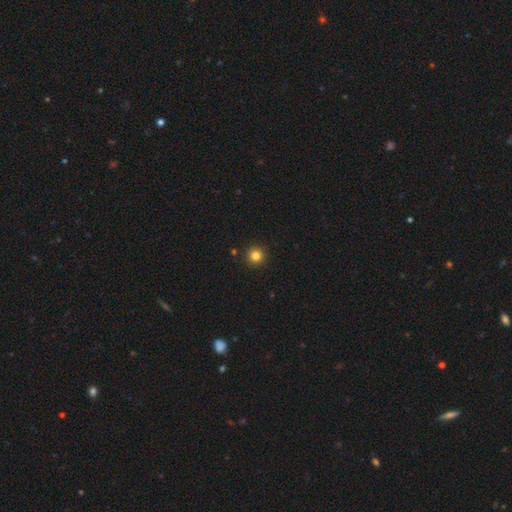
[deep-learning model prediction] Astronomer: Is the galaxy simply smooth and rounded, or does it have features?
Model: smooth — 82%.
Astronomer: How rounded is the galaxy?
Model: round — 95%.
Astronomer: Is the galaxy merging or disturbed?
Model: none — 92%.